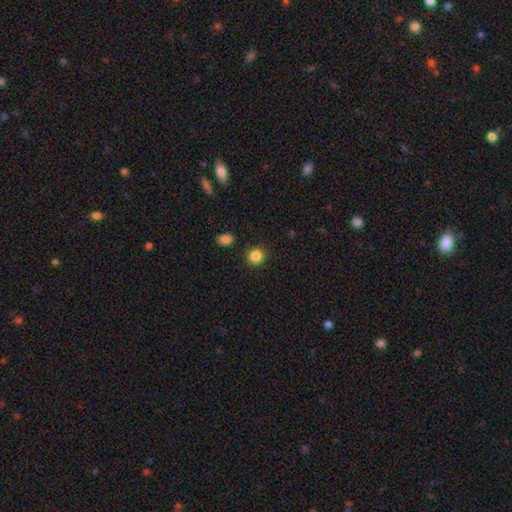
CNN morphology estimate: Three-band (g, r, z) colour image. It shows a smooth galaxy with no disk features (86%) that is round (89%). Merging: none (90%).